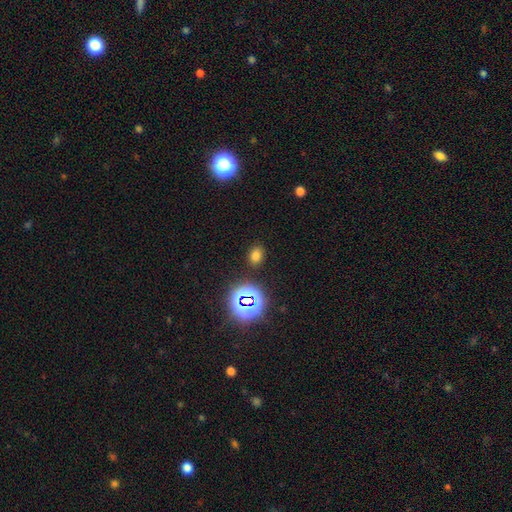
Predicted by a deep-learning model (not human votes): Q: Smooth or featured?
A: smooth (70%); runner-up: star or artifact (24%)
Q: How rounded?
A: in between (61%); runner-up: round (38%)
Q: Merging?
A: none (86%); runner-up: minor disturbance (9%)